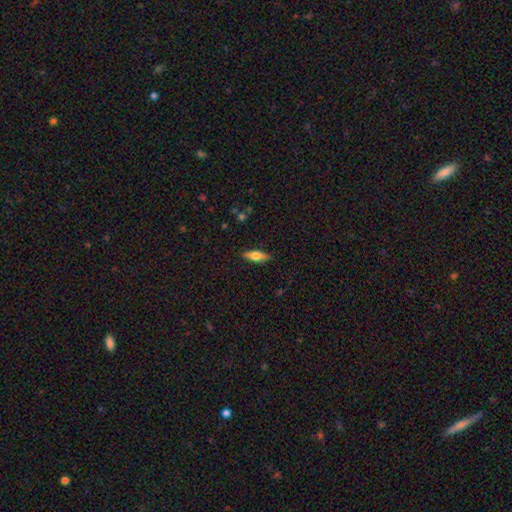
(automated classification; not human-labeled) Morphology: type=smooth (52%); roundness=in between (53%); merging=none (89%).